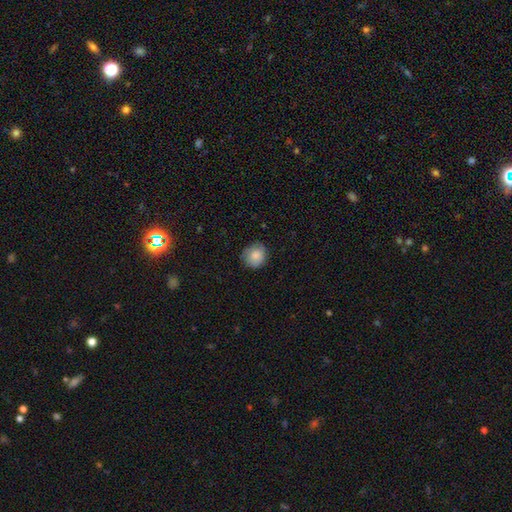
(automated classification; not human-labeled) The model was most divided on "merging": none: 76%, minor disturbance: 19%, major disturbance: 4%, merger: 1%. More confident: how rounded — round (83%); smooth or featured — smooth (82%).